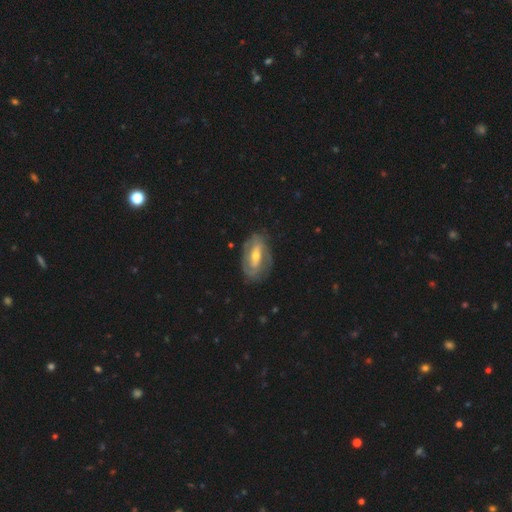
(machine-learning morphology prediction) This is likely a featured or disk galaxy (77%). It is clearly not viewed edge-on (93%). Bar: marginally strong (41%). Spiral arm pattern: clearly yes (81%). Spiral arm count: likely 2 (63%). Spiral winding: possibly tight (53%). Central bulge: possibly moderate (56%). Merging: likely none (75%).